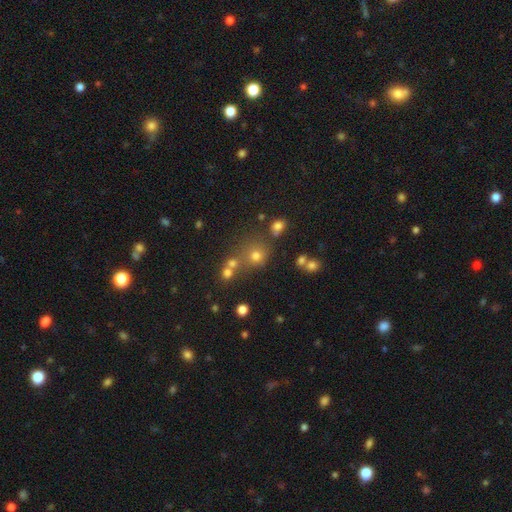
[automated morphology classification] Smooth or featured?
  - smooth: 64% *
  - star or artifact: 24%
  - featured or disk: 11%
How rounded?
  - round: 87% *
  - in between: 12%
  - cigar-shaped: 1%
Merging?
  - none: 62% *
  - merger: 23%
  - minor disturbance: 10%
  - major disturbance: 5%